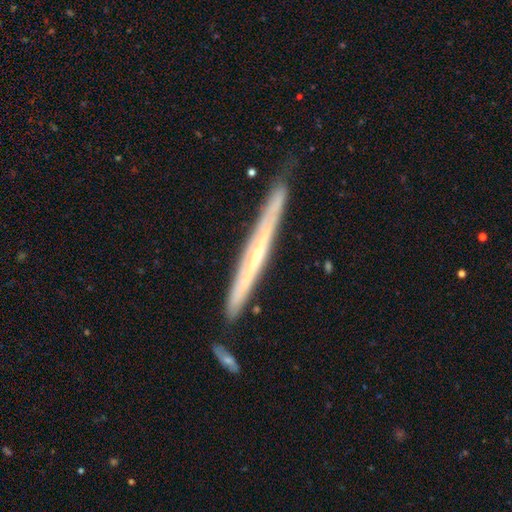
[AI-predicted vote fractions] This is likely a featured or disk galaxy (71%). It is clearly viewed edge-on (94%). Edge-on bulge: possibly none (56%). Merging: likely none (79%).